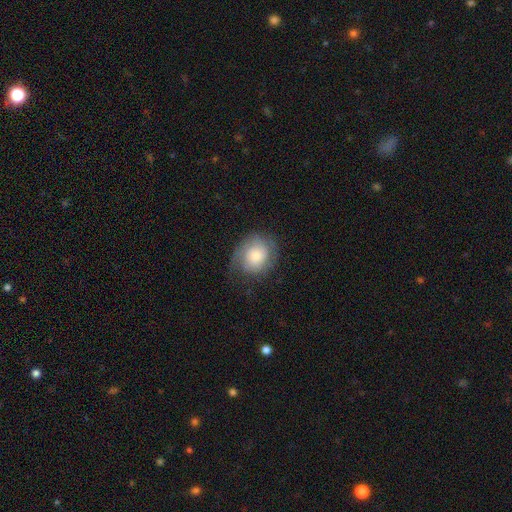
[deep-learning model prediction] Q: Smooth or featured?
A: smooth (50%); runner-up: featured or disk (42%)
Q: Merging?
A: none (61%); runner-up: minor disturbance (24%)